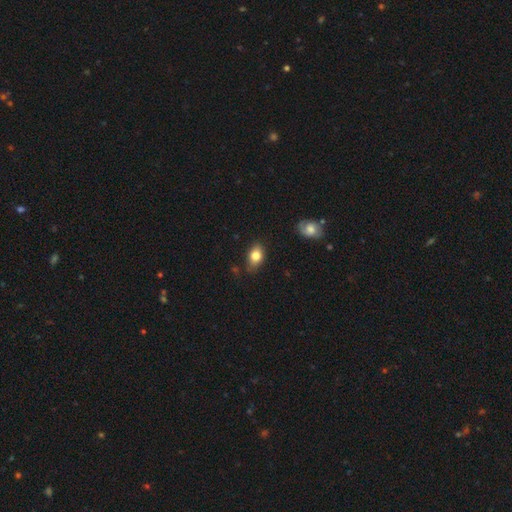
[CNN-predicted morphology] smooth 81%, featured or disk 11%, star or artifact 8%. Down the decision tree: how rounded — in between (84%); merging — none (75%).